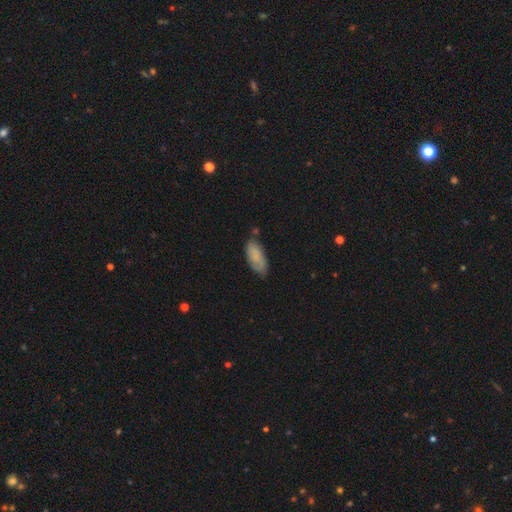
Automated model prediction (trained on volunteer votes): A smooth galaxy with no disk features (74%) that is in between round and cigar-shaped (84%).

Vote fractions:
- Smooth or featured? smooth: 74% / featured or disk: 19% / star or artifact: 7%
- How rounded? in between: 84% / cigar-shaped: 14% / round: 2%
- Merging? none: 66% / minor disturbance: 25% / major disturbance: 5% / merger: 4%